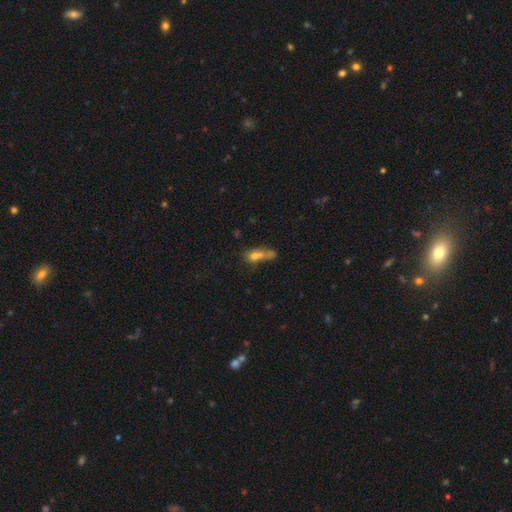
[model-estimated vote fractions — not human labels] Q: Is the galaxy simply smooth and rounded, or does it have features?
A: smooth — 62%.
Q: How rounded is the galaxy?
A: in between — 56%.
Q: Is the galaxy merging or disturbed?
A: merger — 53%.